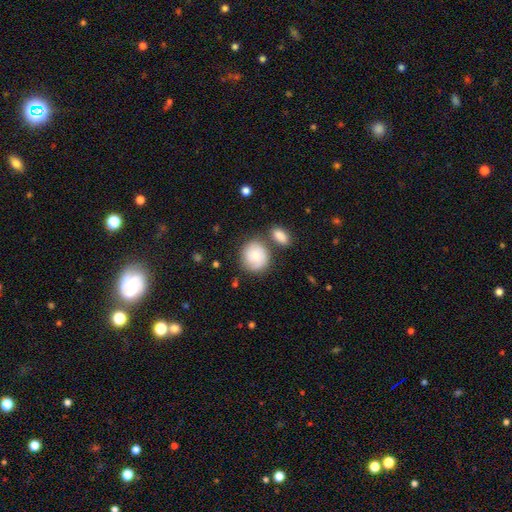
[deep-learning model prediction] Smooth or featured: smooth — 70% (featured or disk — 23%)
How rounded: round — 83% (in between — 16%)
Merging: none — 63% (minor disturbance — 17%)